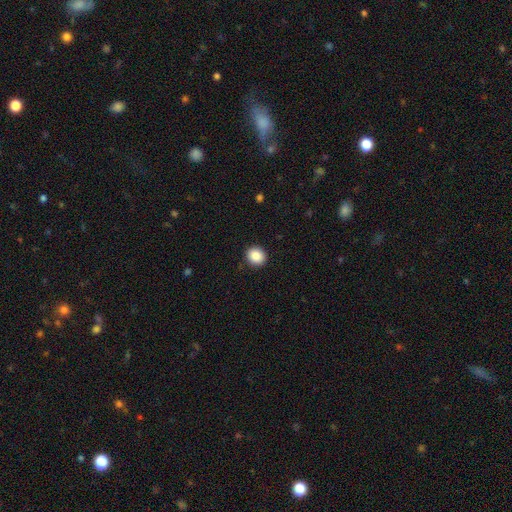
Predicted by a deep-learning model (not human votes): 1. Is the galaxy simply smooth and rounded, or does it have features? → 87% smooth, 9% star or artifact, 4% featured or disk.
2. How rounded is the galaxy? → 80% round, 19% in between, 1% cigar-shaped.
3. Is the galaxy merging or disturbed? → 91% none, 6% minor disturbance, 2% major disturbance, 1% merger.